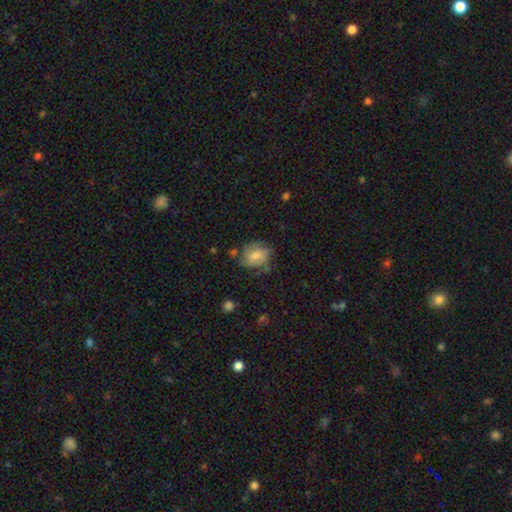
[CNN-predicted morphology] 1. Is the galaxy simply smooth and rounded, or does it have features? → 52% featured or disk, 38% smooth, 10% star or artifact.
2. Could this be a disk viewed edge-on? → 96% no, 4% yes.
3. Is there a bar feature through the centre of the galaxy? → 50% no, 39% weak, 10% strong.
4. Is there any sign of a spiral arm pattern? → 79% yes, 21% no.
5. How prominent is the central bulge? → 57% moderate, 33% small, 6% large, 3% none, 1% dominant.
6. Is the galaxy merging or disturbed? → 62% none, 24% minor disturbance, 10% major disturbance, 3% merger.